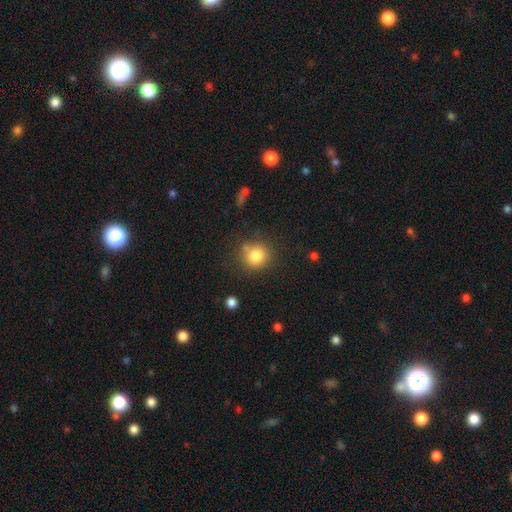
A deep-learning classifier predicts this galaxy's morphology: This appears to be a smooth galaxy with no disk features (81%) that is round (88%). Merging: none (77%).